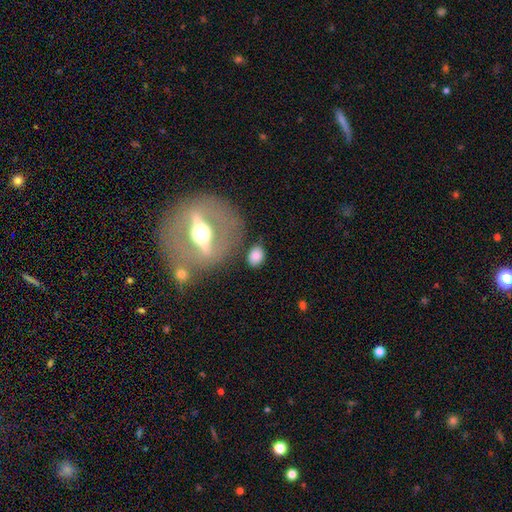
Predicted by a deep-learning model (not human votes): The model was most divided on "how rounded": in between: 72%, round: 25%, cigar-shaped: 3%. More confident: merging — none (72%); smooth or featured — smooth (70%).